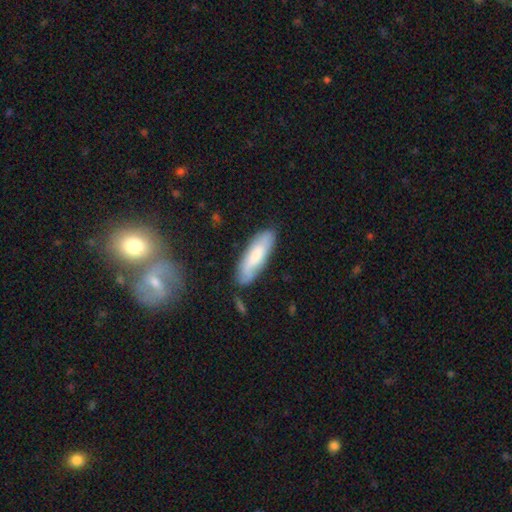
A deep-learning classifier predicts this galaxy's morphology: smooth-or-featured: smooth: 70% | featured or disk: 24% | star or artifact: 6%
  how-rounded: cigar-shaped: 49% (tied) | in between: 49% (tied) | round: 2%
  merging: none: 77% | minor disturbance: 17% | major disturbance: 4% | merger: 3%